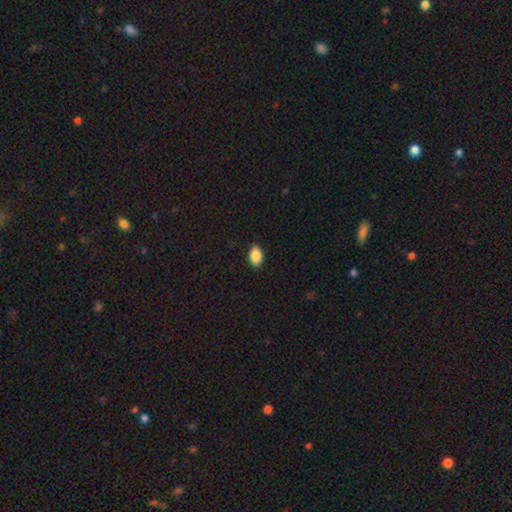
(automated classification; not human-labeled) A smooth galaxy with no disk features (89%) that is in between round and cigar-shaped (91%). Merging: none (90%).